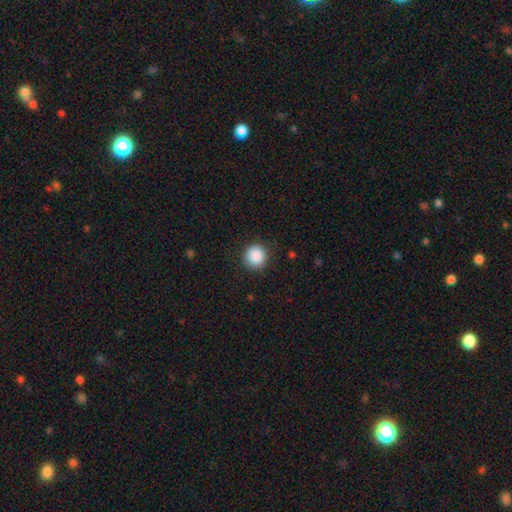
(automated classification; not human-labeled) Overall: smooth (88%). How rounded: round (95%). Merging: none (89%).